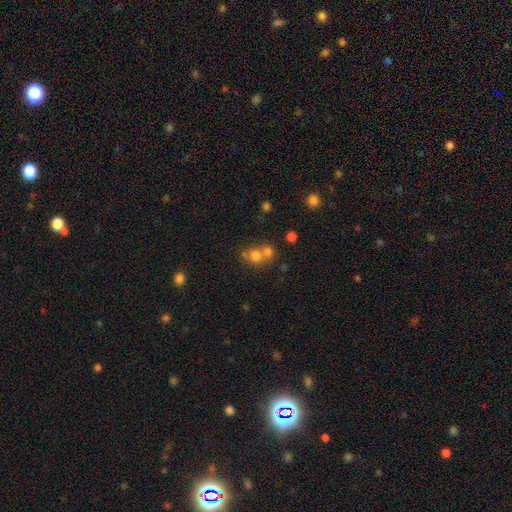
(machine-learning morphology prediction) smooth 72%, star or artifact 14%, featured or disk 14%. Down the decision tree: how rounded — round (79%); merging — merger (52%).